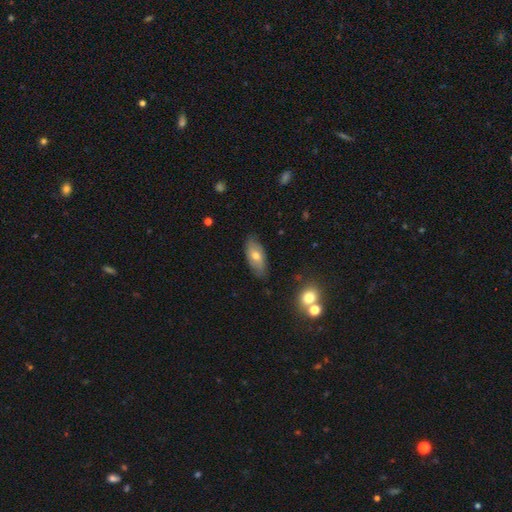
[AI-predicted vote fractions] A smooth galaxy with no disk features (60%) that is in between round and cigar-shaped (88%). Merging: none (78%).